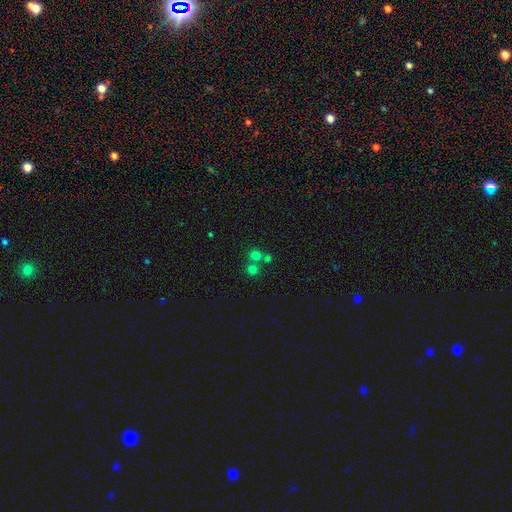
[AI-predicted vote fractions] Morphology: type=smooth (66%); roundness=round (89%); merging=none (57%).